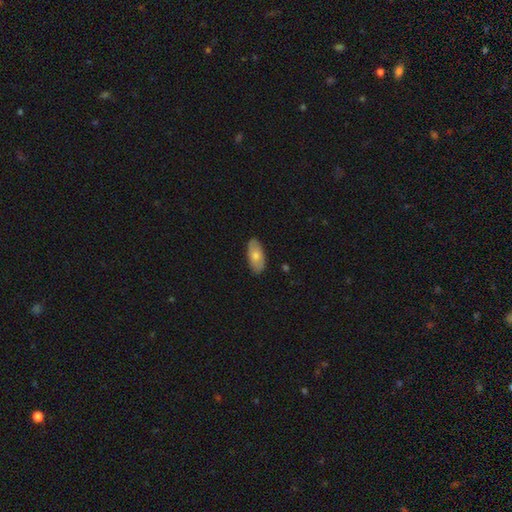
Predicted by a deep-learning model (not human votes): Smooth or featured? Predicted: smooth (p=0.68). How rounded? Predicted: in between (p=0.91). Merging? Predicted: none (p=0.86).